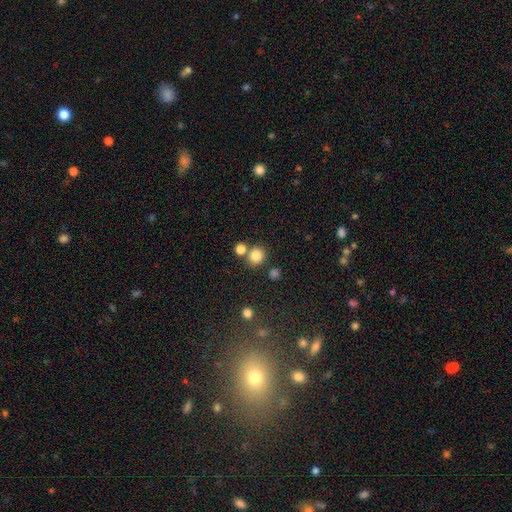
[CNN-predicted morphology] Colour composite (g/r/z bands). It shows a smooth galaxy with no disk features (82%) that is round (88%). Merging: none (72%).